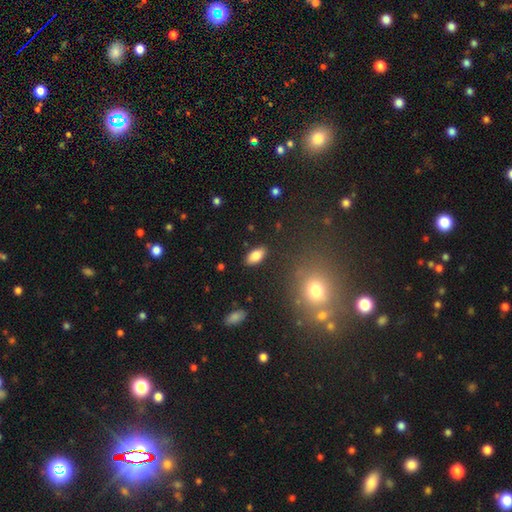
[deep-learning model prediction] smooth 81%, featured or disk 10%, star or artifact 8%. Down the decision tree: how rounded — in between (91%); merging — none (87%).